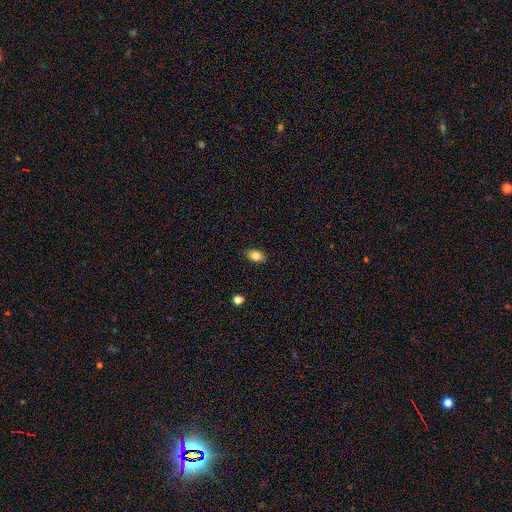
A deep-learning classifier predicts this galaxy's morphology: smooth-or-featured: smooth: 82% | star or artifact: 9% | featured or disk: 8%
  how-rounded: in between: 80% | round: 19% | cigar-shaped: 1%
  merging: none: 87% | minor disturbance: 10% | major disturbance: 2% | merger: 1%